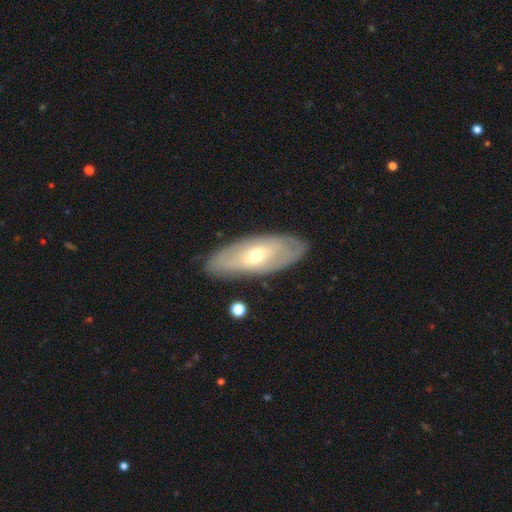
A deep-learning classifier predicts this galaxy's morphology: The model was most divided on "smooth or featured": featured or disk: 60%, smooth: 34%, star or artifact: 6%. More confident: merging — none (85%); edge-on disk — no (80%).